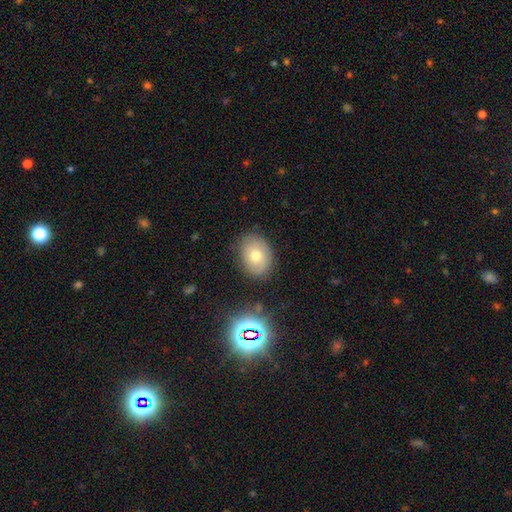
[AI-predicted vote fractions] Morphology: type=smooth (69%); roundness=in between (67%); merging=none (80%).